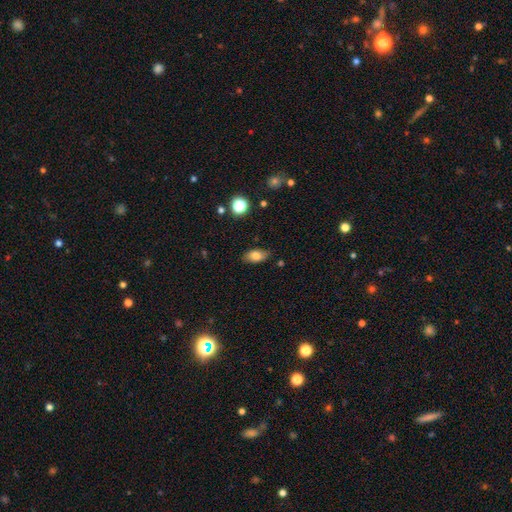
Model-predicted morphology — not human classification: This is clearly a smooth galaxy (81%). How rounded: clearly in between (89%). Merging: clearly none (82%).